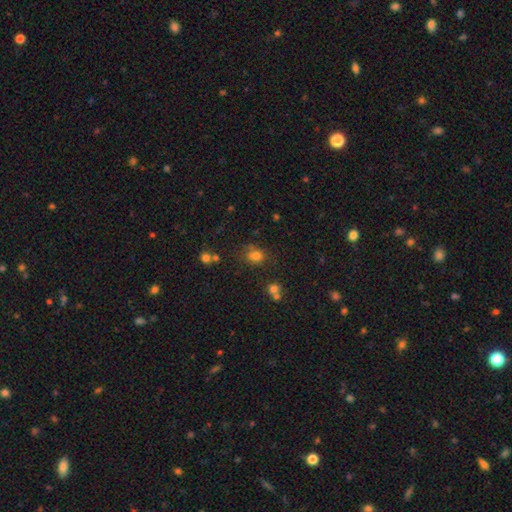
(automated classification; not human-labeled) Q: Smooth or featured?
A: smooth (74%); runner-up: star or artifact (18%)
Q: How rounded?
A: round (56%); runner-up: in between (43%)
Q: Merging?
A: none (62%); runner-up: minor disturbance (19%)